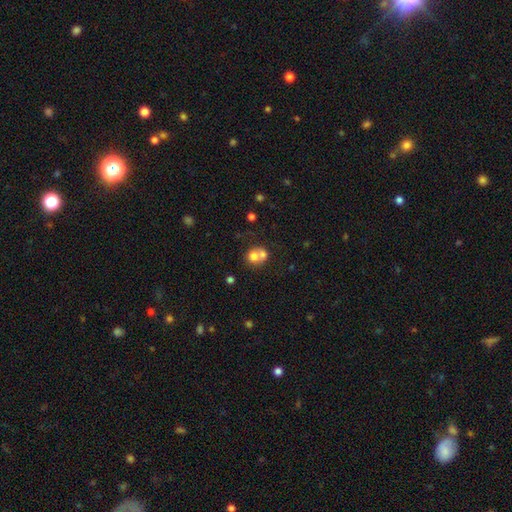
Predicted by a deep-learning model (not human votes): smooth_or_featured: smooth (p=0.67) [alt: featured or disk p=0.23]
how_rounded: round (p=0.69) [alt: in between p=0.30]
merging: merger (p=0.62) [alt: none p=0.26]